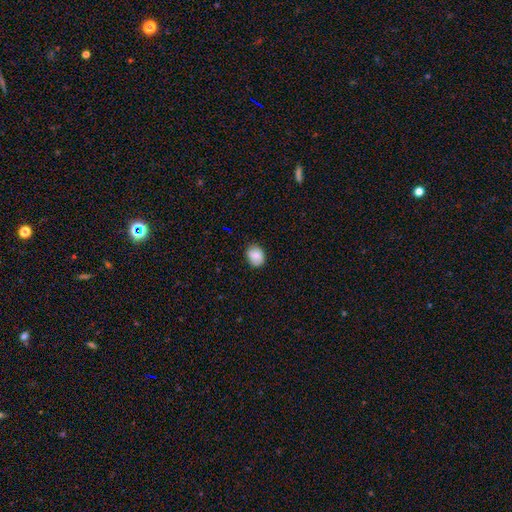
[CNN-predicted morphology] Smooth or featured?
  - smooth: 80% *
  - featured or disk: 12%
  - star or artifact: 8%
How rounded?
  - in between: 53% *
  - round: 46%
  - cigar-shaped: 1%
Merging?
  - none: 79% *
  - minor disturbance: 17%
  - major disturbance: 3%
  - merger: 1%